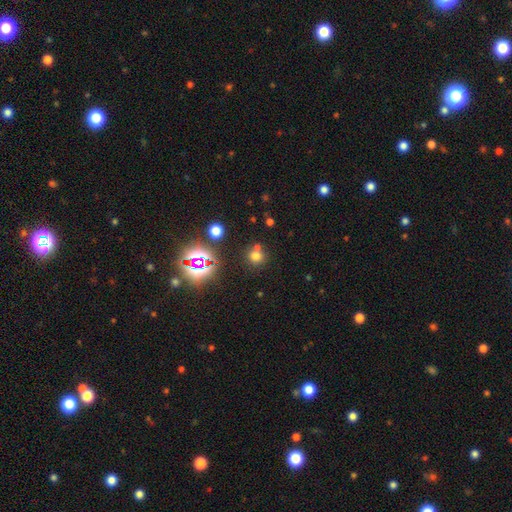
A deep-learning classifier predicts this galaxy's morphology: Smooth or featured? Predicted: smooth (p=0.64). How rounded? Predicted: round (p=0.89). Merging? Predicted: none (p=0.65).